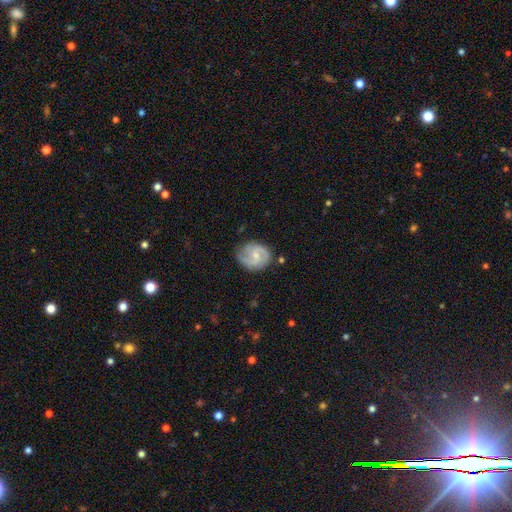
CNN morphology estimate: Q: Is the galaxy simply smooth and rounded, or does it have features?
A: featured or disk — 75%.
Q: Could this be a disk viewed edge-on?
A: no — 98%.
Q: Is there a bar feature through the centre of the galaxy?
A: weak — 50%.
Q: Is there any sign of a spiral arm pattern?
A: yes — 93%.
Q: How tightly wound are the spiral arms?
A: medium — 52%.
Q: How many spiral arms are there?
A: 2 — 81%.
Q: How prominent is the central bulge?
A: small — 58%.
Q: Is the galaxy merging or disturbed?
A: none — 71%.